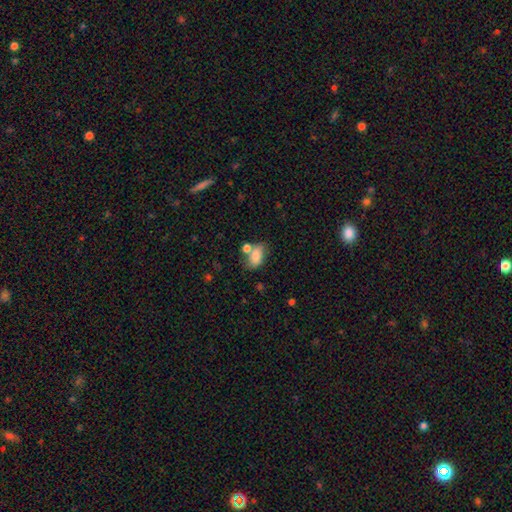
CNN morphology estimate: smooth 80%, featured or disk 12%, star or artifact 9%. Down the decision tree: how rounded — in between (88%); merging — none (46%).